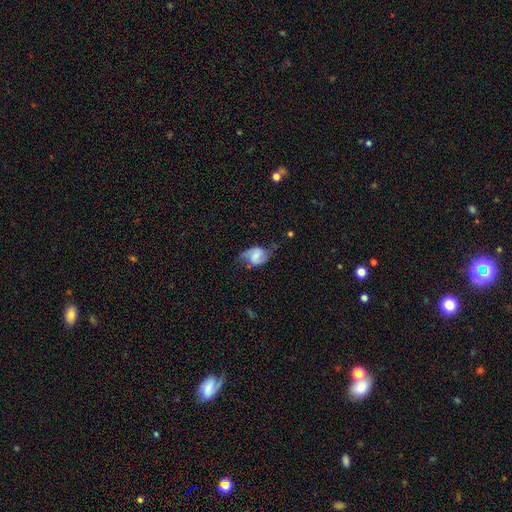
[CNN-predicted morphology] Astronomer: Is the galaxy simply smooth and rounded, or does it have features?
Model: featured or disk — 67%.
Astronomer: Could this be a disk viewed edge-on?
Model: no — 97%.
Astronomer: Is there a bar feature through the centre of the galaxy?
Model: weak — 48% (runner-up: no, 31%).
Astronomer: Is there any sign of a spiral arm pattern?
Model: yes — 89%.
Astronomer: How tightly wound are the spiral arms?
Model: loose — 46% (runner-up: medium, 40%).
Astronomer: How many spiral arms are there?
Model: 2 — 88%.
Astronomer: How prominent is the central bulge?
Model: small — 33% (runner-up: moderate, 32%).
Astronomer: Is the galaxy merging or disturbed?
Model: none — 54%.